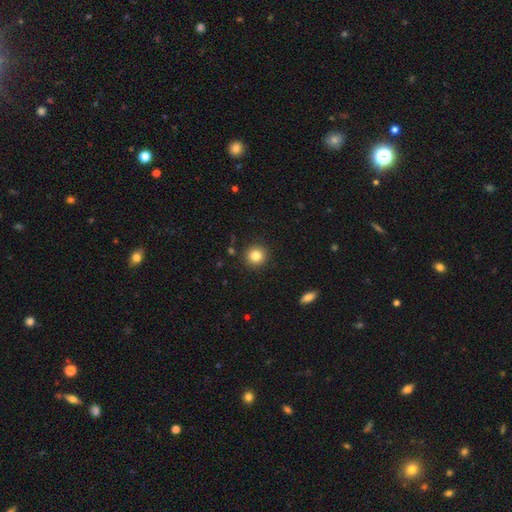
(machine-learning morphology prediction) This is clearly a smooth galaxy (83%). How rounded: clearly round (94%). Merging: clearly none (91%).